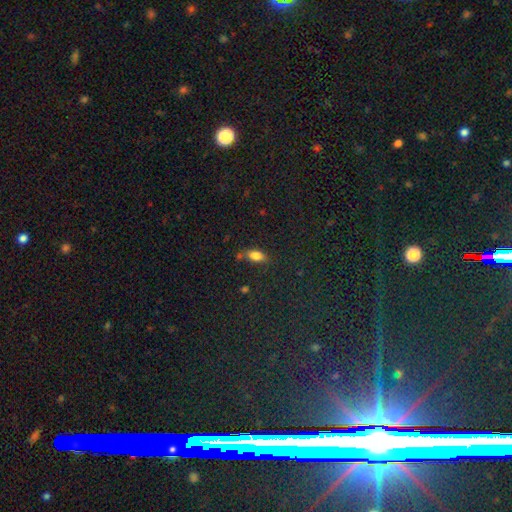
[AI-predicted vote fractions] The model was most divided on "merging": none: 65%, minor disturbance: 21%, merger: 8%, major disturbance: 6%. More confident: how rounded — in between (87%); smooth or featured — smooth (82%).